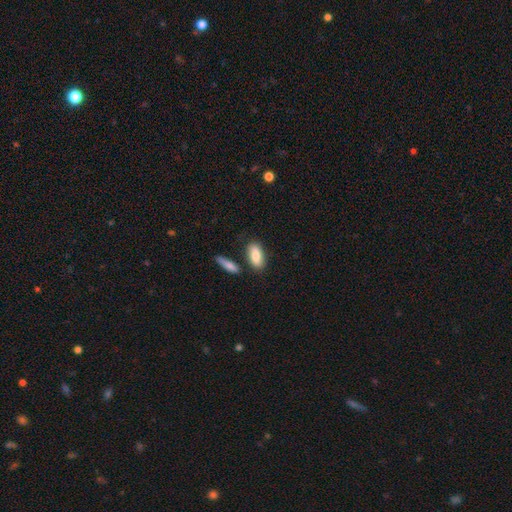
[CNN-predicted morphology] Q: Smooth or featured?
A: smooth (80%); runner-up: featured or disk (14%)
Q: How rounded?
A: in between (84%); runner-up: cigar-shaped (13%)
Q: Merging?
A: none (75%); runner-up: minor disturbance (13%)